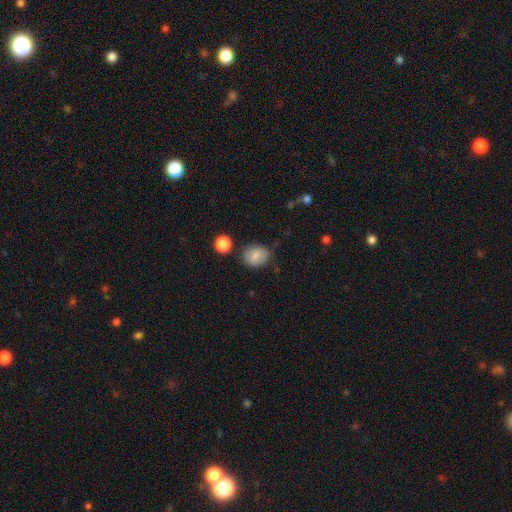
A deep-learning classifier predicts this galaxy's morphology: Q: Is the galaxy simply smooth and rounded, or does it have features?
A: smooth — 80%.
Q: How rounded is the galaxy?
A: round — 59%.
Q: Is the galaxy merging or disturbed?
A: none — 74%.